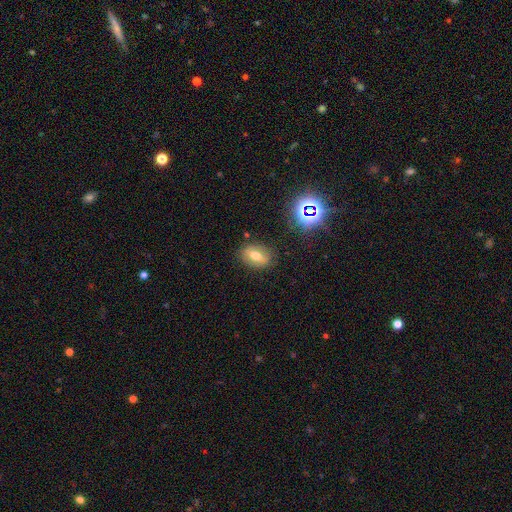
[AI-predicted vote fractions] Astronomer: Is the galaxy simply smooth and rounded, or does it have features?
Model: smooth — 56%.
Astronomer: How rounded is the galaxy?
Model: in between — 78%.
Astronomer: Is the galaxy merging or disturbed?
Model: none — 82%.